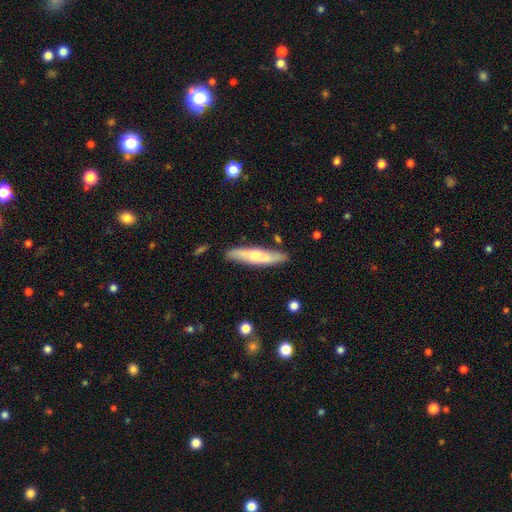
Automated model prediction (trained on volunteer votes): Morphology: type=smooth (51%); roundness=cigar-shaped (84%); merging=none (84%).